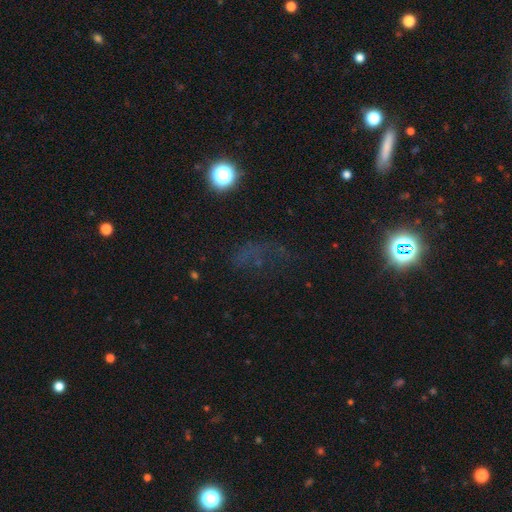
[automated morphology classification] Q: Smooth or featured?
A: star or artifact (48%); runner-up: smooth (32%)